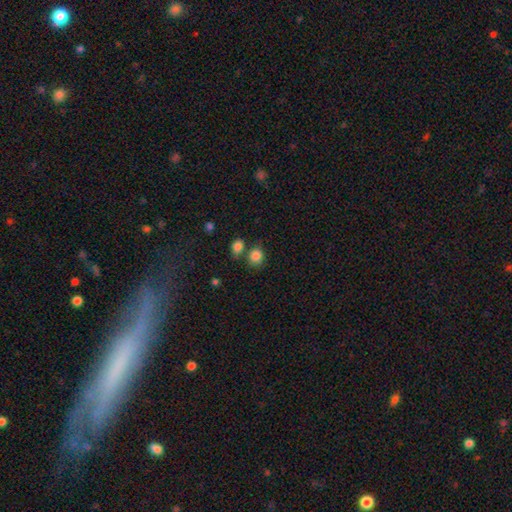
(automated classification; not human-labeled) The model was most divided on "how rounded": round: 66%, in between: 33%, cigar-shaped: 1%. More confident: smooth or featured — smooth (85%); merging — none (62%).